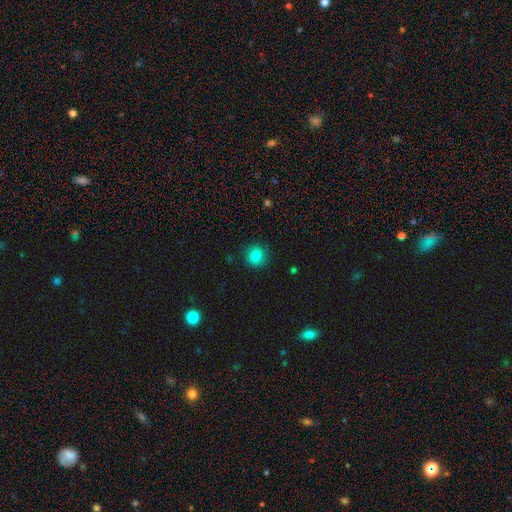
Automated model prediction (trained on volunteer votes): Smooth or featured: smooth — 81% (star or artifact — 12%)
How rounded: round — 90% (in between — 9%)
Merging: none — 90% (minor disturbance — 7%)